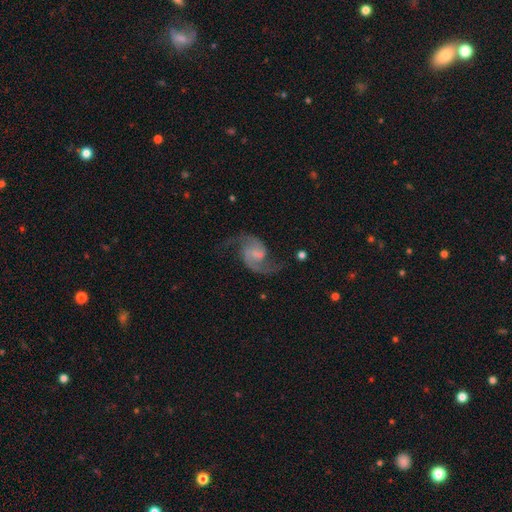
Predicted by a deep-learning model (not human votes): Overall: featured or disk (91%). Edge-on disk: no (98%). Bar: weak (46%; no 44%). Spiral arms: yes (98%). Spiral arm count: 2 (94%). Spiral winding: medium (48%; loose 43%). Bulge size: small (45%; none 27%). Merging: none (76%).